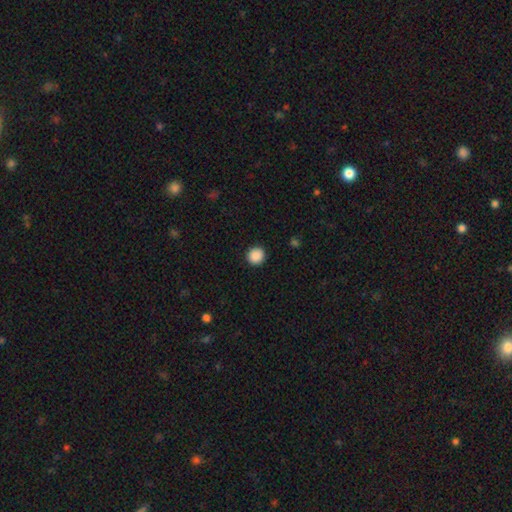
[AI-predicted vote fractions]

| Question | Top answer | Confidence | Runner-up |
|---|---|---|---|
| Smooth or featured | smooth | 89% | star or artifact (9%) |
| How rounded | round | 92% | in between (7%) |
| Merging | none | 92% | minor disturbance (5%) |